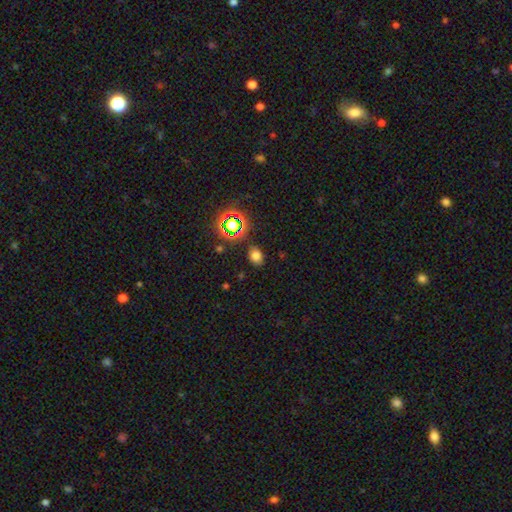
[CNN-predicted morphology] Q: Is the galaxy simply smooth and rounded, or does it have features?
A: smooth — 70%.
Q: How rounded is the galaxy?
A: in between — 60%.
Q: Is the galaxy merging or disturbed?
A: none — 83%.